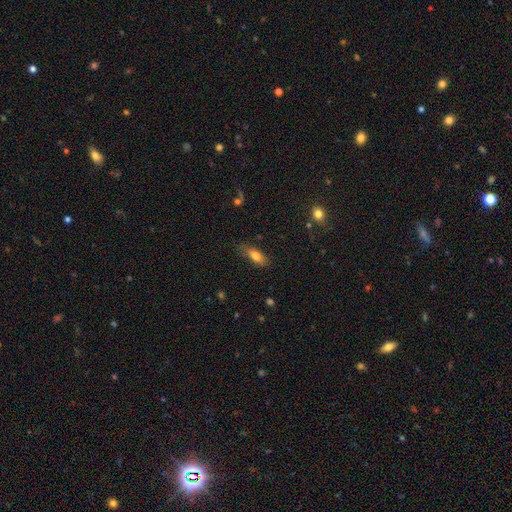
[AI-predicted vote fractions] Smooth or featured? smooth (76%)
How rounded? in between (72%)
Merging? none (73%)